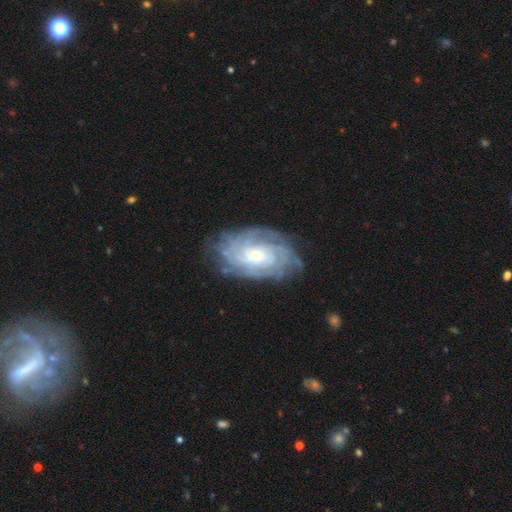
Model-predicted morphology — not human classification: Smooth or featured: featured or disk — 85% (smooth — 10%)
Edge-on disk: no — 96% (yes — 4%)
Bar: no — 70% (weak — 24%)
Spiral arms: yes — 95% (no — 5%)
Spiral winding: tight — 75% (medium — 20%)
Spiral arm count: can't tell — 42% (4 — 19%)
Bulge size: small — 71% (moderate — 24%)
Merging: none — 76% (minor disturbance — 17%)